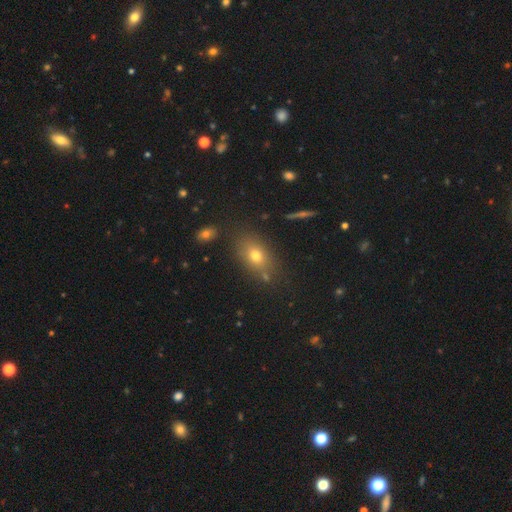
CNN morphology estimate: Smooth or featured? Predicted: smooth (p=0.71). How rounded? Predicted: in between (p=0.76). Merging? Predicted: none (p=0.77).